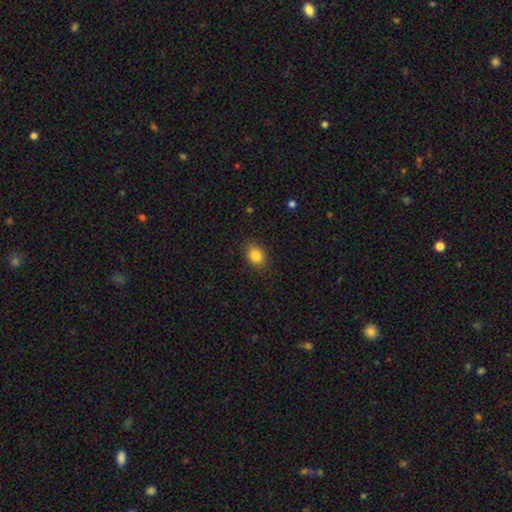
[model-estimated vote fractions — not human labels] Q: Smooth or featured?
A: smooth (85%); runner-up: star or artifact (9%)
Q: How rounded?
A: in between (72%); runner-up: round (26%)
Q: Merging?
A: none (86%); runner-up: minor disturbance (10%)